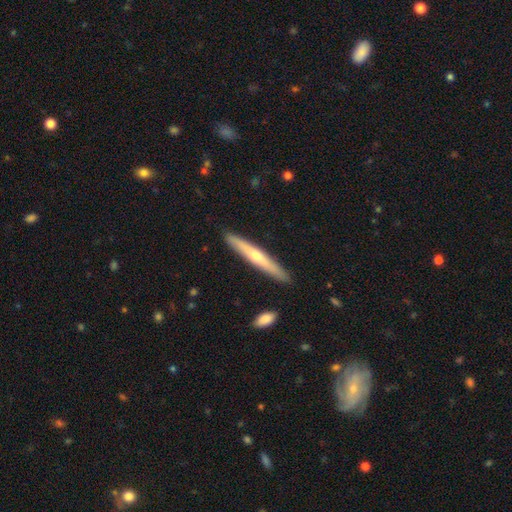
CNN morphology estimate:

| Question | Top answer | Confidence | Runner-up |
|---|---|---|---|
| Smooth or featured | featured or disk | 50% | smooth (45%) |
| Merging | none | 90% | minor disturbance (7%) |